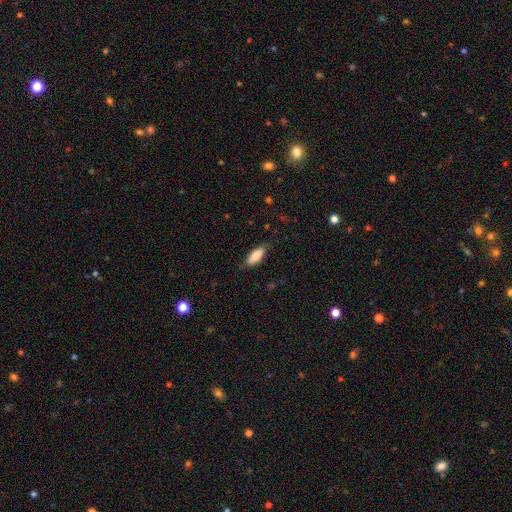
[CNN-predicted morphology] type=smooth (82%); roundness=in between (78%); merging=none (79%).